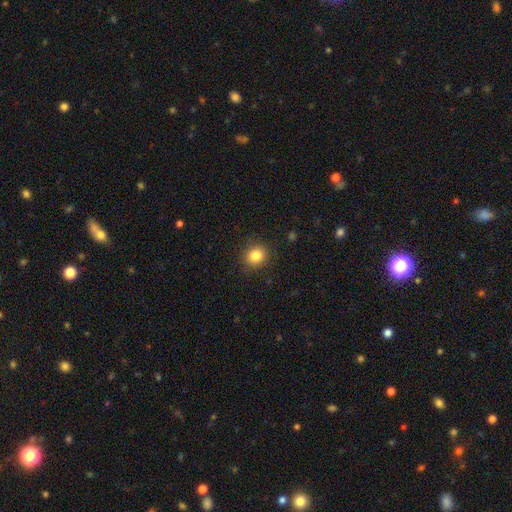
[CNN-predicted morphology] smooth_or_featured: smooth (p=0.84) [alt: star or artifact p=0.11]
how_rounded: round (p=0.79) [alt: in between p=0.20]
merging: none (p=0.88) [alt: minor disturbance p=0.08]